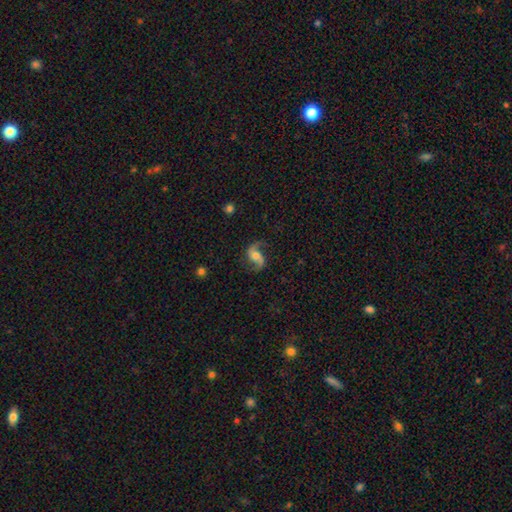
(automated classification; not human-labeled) Smooth or featured? featured or disk (86%)
Edge-on disk? no (98%)
Bar? no (53%)
Spiral arms? yes (97%)
Spiral winding? loose (68%)
Spiral arm count? 2 (93%)
Bulge size? moderate (64%)
Merging? none (76%)